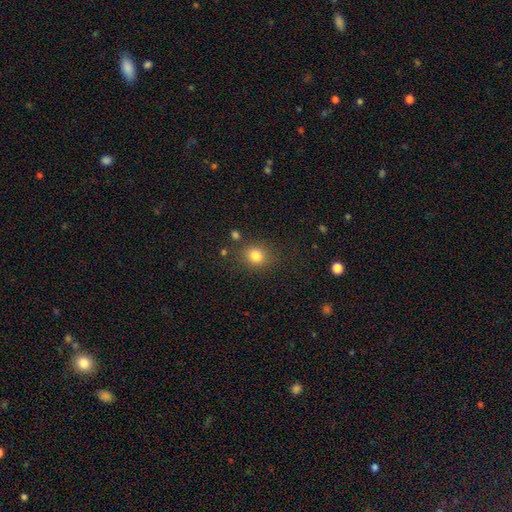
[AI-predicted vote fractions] Smooth or featured? Predicted: smooth (p=0.81). How rounded? Predicted: round (p=0.73). Merging? Predicted: none (p=0.81).